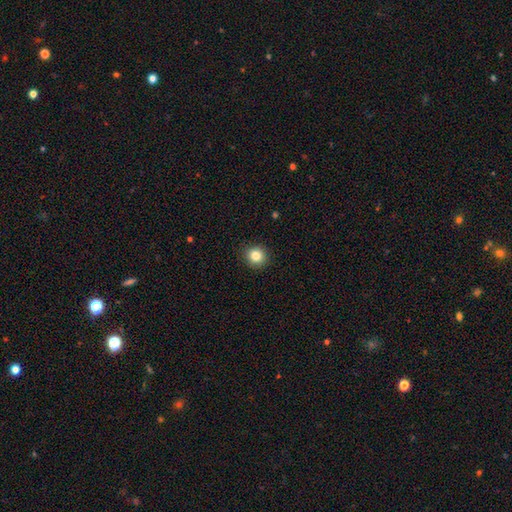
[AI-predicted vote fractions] This is clearly a smooth galaxy (84%). How rounded: clearly round (91%). Merging: clearly none (92%).